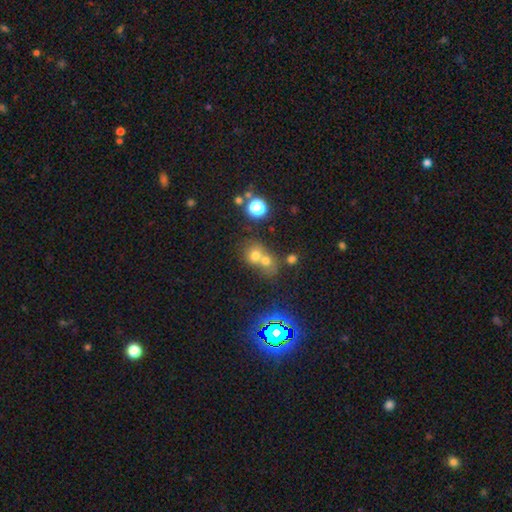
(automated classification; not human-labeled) This appears to be a smooth galaxy with no disk features (65%) that is round (76%). Merging: merger (60%).